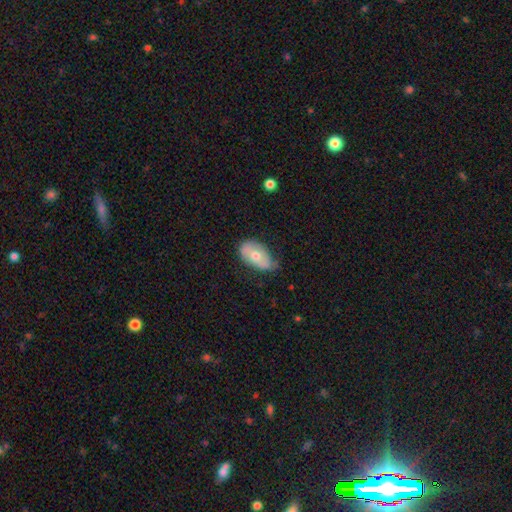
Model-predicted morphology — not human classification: A smooth galaxy with no disk features (60%) that is in between round and cigar-shaped (91%).

Vote fractions:
- Smooth or featured? smooth: 60% / featured or disk: 33% / star or artifact: 6%
- How rounded? in between: 91% / round: 7% / cigar-shaped: 2%
- Merging? none: 48% / minor disturbance: 41% / major disturbance: 9% / merger: 3%